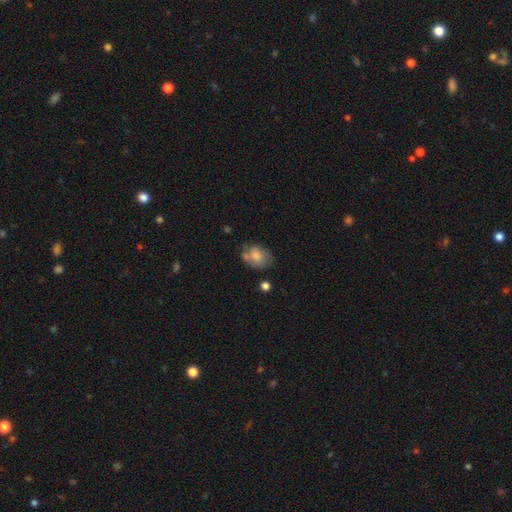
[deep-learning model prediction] smooth_or_featured: smooth (p=0.65) [alt: featured or disk p=0.26]
how_rounded: in between (p=0.66) [alt: round p=0.32]
merging: none (p=0.50) [alt: minor disturbance p=0.27]